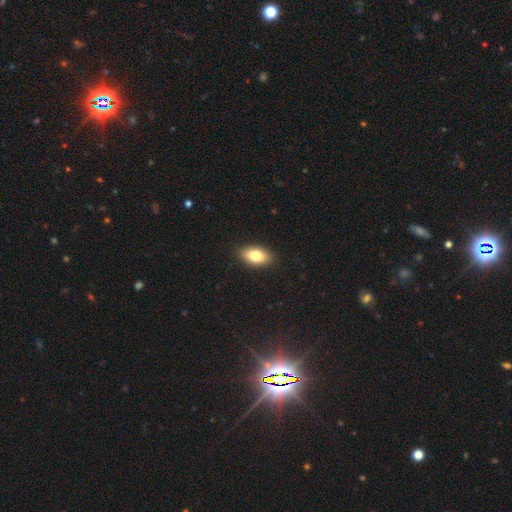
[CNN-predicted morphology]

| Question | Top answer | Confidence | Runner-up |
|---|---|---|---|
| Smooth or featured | smooth | 79% | featured or disk (14%) |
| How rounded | in between | 90% | round (6%) |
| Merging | none | 89% | minor disturbance (8%) |